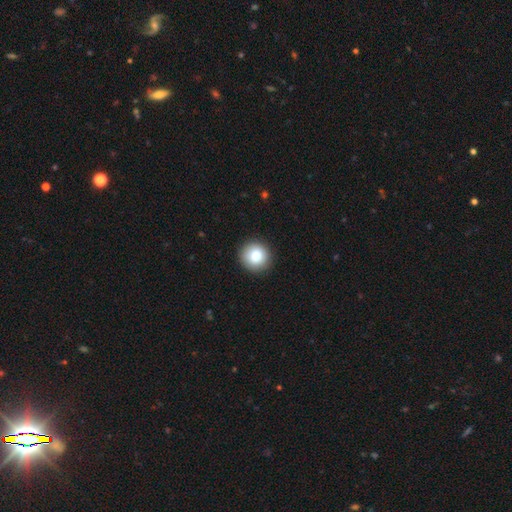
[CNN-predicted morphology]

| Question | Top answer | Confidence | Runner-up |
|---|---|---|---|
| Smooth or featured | smooth | 82% | star or artifact (9%) |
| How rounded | round | 94% | in between (5%) |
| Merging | none | 92% | minor disturbance (5%) |